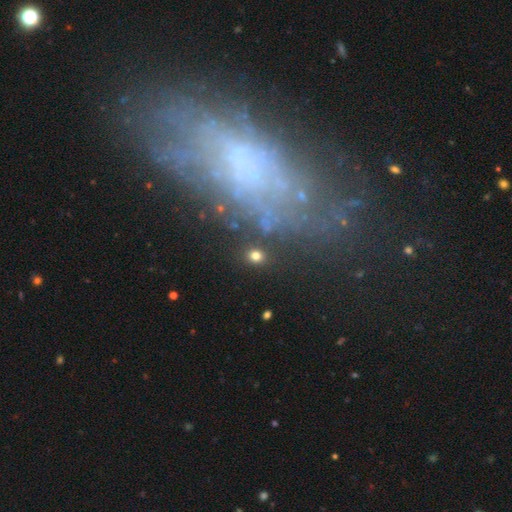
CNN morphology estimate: Smooth or featured?
  - smooth: 77% *
  - star or artifact: 13%
  - featured or disk: 10%
How rounded?
  - round: 67% *
  - in between: 32%
  - cigar-shaped: 2%
Merging?
  - none: 86% *
  - minor disturbance: 8%
  - major disturbance: 4%
  - merger: 3%